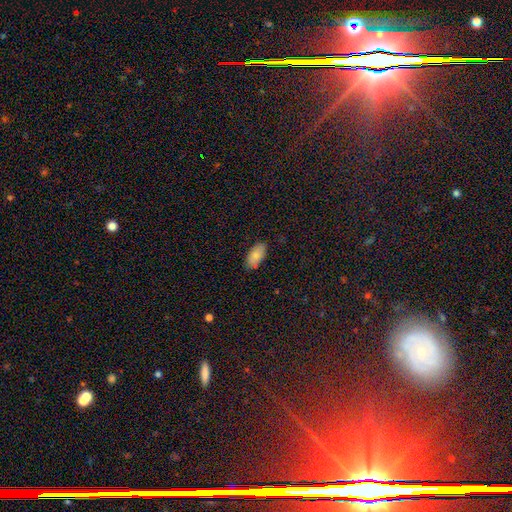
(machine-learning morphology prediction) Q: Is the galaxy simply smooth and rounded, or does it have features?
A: smooth — 86%.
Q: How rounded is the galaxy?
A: in between — 94%.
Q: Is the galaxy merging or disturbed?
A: none — 86%.